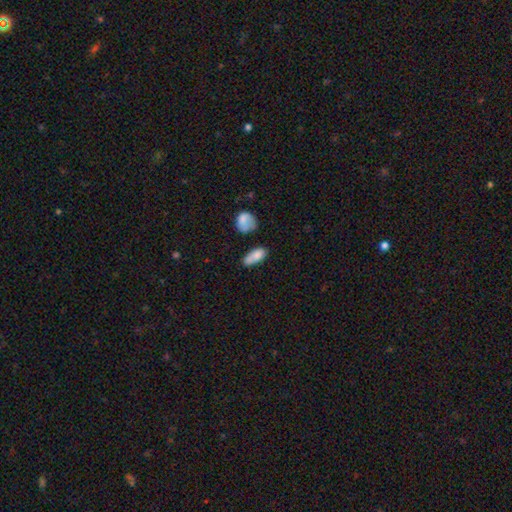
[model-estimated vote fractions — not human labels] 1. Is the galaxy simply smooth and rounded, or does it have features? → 80% smooth, 12% featured or disk, 8% star or artifact.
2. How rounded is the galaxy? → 83% in between, 13% cigar-shaped, 4% round.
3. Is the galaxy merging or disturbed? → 44% none, 34% minor disturbance, 11% major disturbance, 10% merger.